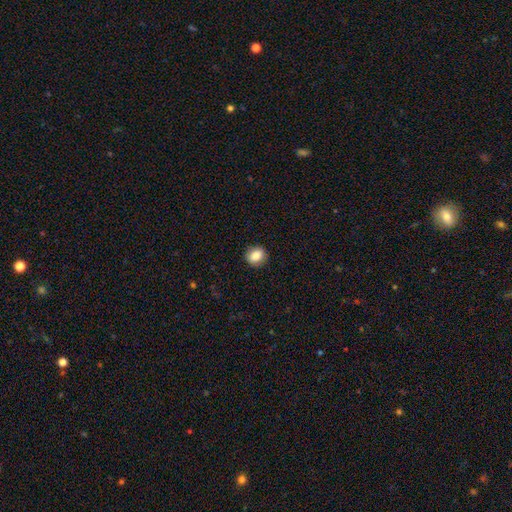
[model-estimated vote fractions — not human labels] Overall: smooth (85%). How rounded: round (67%; in between 32%). Merging: none (90%).